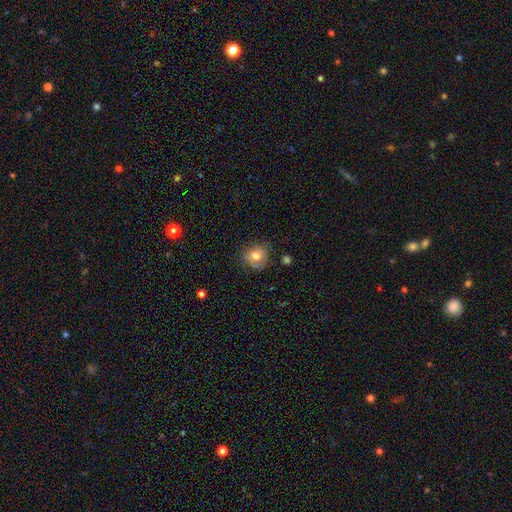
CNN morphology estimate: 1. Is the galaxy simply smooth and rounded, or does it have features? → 72% smooth, 18% featured or disk, 10% star or artifact.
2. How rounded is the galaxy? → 70% round, 29% in between, 1% cigar-shaped.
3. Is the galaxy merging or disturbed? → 64% none, 25% minor disturbance, 9% major disturbance, 3% merger.